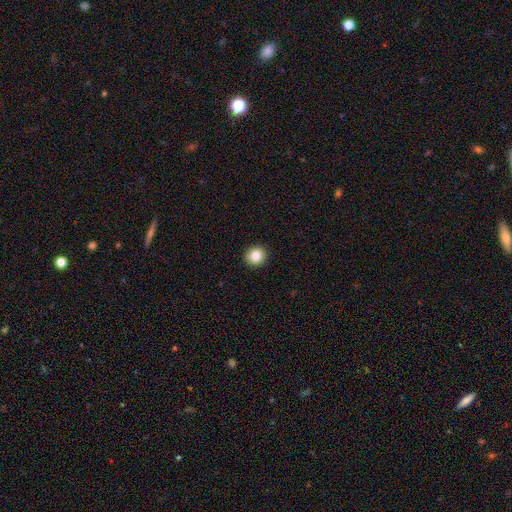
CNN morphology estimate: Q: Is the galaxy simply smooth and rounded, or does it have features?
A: smooth — 84%.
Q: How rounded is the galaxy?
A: round — 89%.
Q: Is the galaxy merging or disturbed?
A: none — 93%.